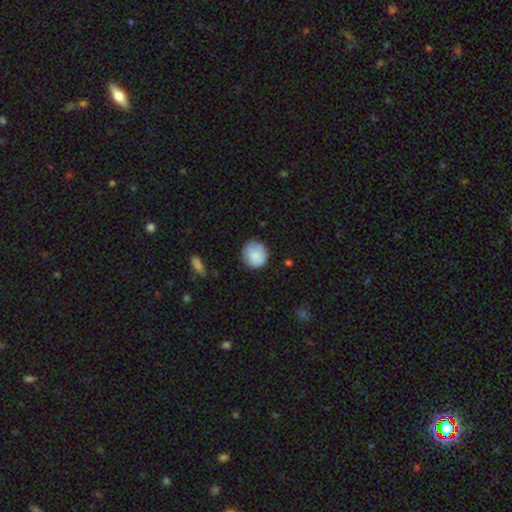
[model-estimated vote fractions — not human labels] Smooth or featured? smooth (84%)
How rounded? round (88%)
Merging? none (80%)